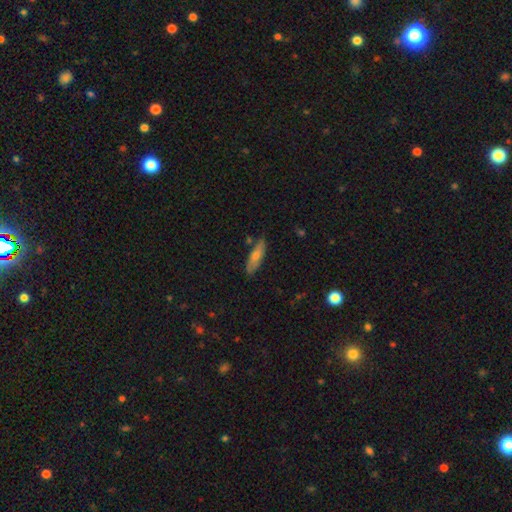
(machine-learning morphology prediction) type=smooth (56%); roundness=cigar-shaped (60%); merging=none (80%).